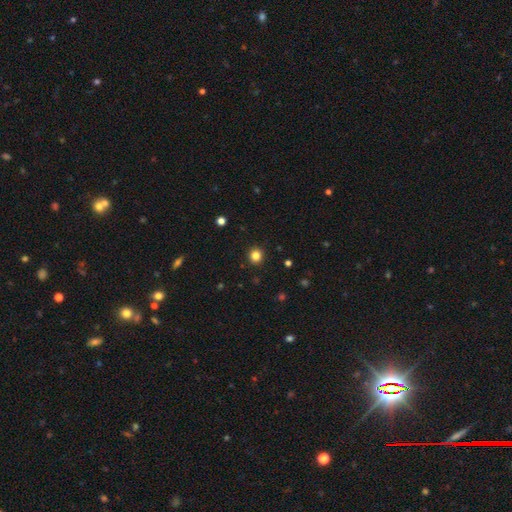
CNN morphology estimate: A smooth galaxy with no disk features (83%) that is round (90%).

Vote fractions:
- Smooth or featured? smooth: 83% / star or artifact: 13% / featured or disk: 4%
- How rounded? round: 90% / in between: 9% / cigar-shaped: 1%
- Merging? none: 92% / minor disturbance: 5% / major disturbance: 2% / merger: 1%